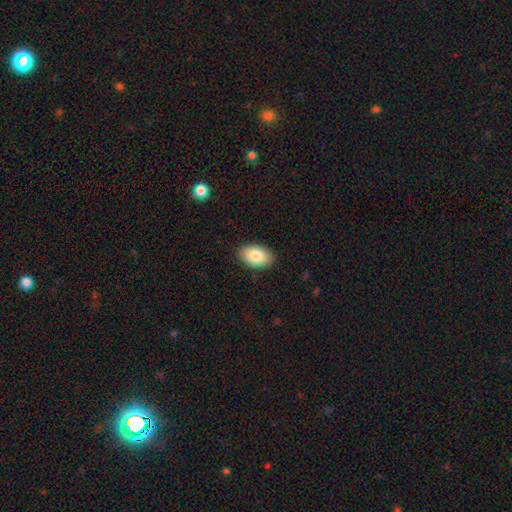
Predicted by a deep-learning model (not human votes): Smooth or featured?
  - smooth: 85% *
  - featured or disk: 9%
  - star or artifact: 6%
How rounded?
  - in between: 93% *
  - round: 6%
  - cigar-shaped: 1%
Merging?
  - none: 88% *
  - minor disturbance: 9%
  - major disturbance: 2%
  - merger: 1%